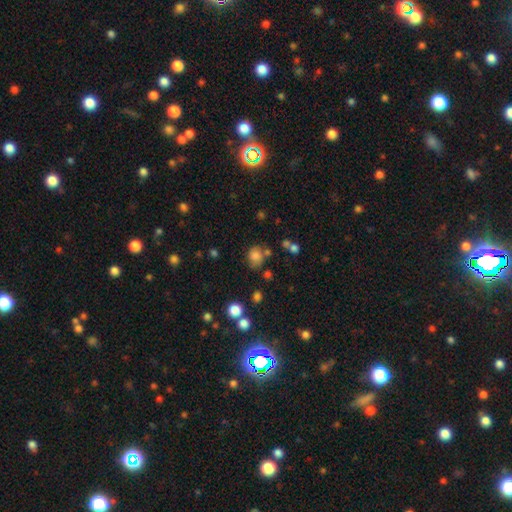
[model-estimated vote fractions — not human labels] A smooth galaxy with no disk features (77%) that is round (65%). Merging: none (63%).